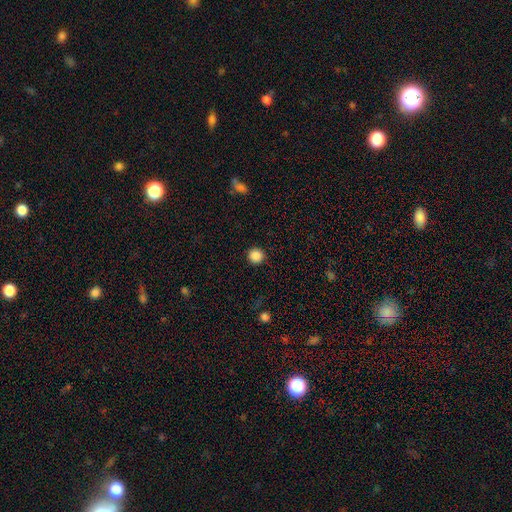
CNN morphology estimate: A smooth galaxy with no disk features (87%) that is round (95%). Merging: none (93%).